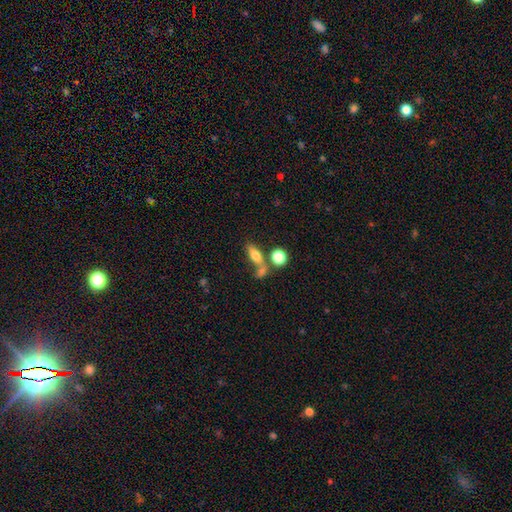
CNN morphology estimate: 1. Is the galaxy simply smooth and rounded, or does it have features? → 71% smooth, 19% featured or disk, 10% star or artifact.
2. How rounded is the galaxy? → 68% in between, 21% cigar-shaped, 12% round.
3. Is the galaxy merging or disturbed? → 49% none, 32% merger, 12% minor disturbance, 7% major disturbance.